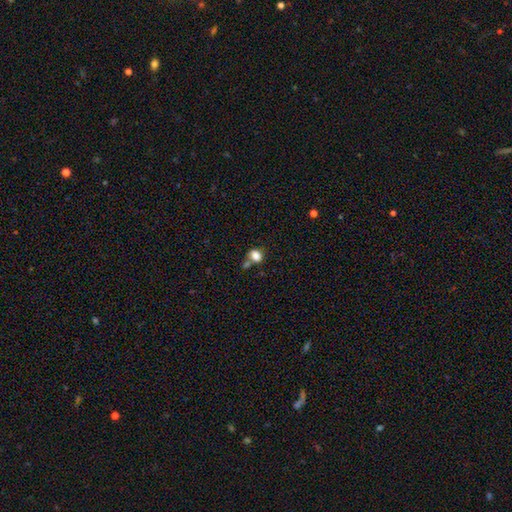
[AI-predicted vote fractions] A smooth galaxy with no disk features (83%) that is in between round and cigar-shaped (51%).

Vote fractions:
- Smooth or featured? smooth: 83% / star or artifact: 11% / featured or disk: 6%
- How rounded? in between: 51% / round: 48% / cigar-shaped: 1%
- Merging? none: 51% / merger: 28% / minor disturbance: 15% / major disturbance: 6%